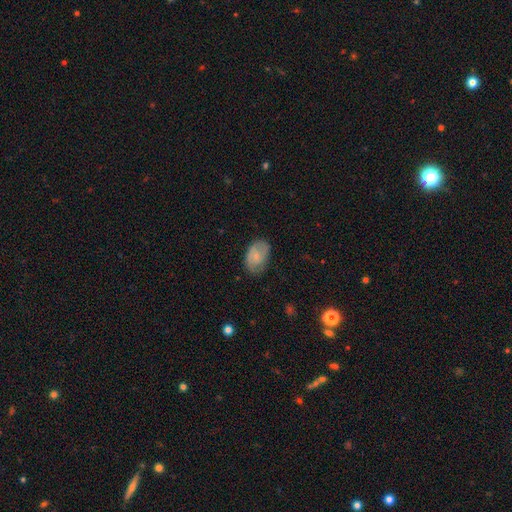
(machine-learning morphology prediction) type=smooth (58%); roundness=in between (88%); merging=none (72%).